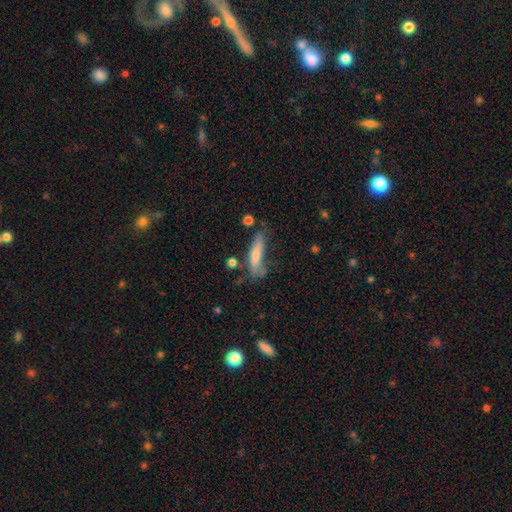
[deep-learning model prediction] This appears to be a smooth galaxy with no disk features (62%) that is cigar-shaped (74%). Merging: none (48%).